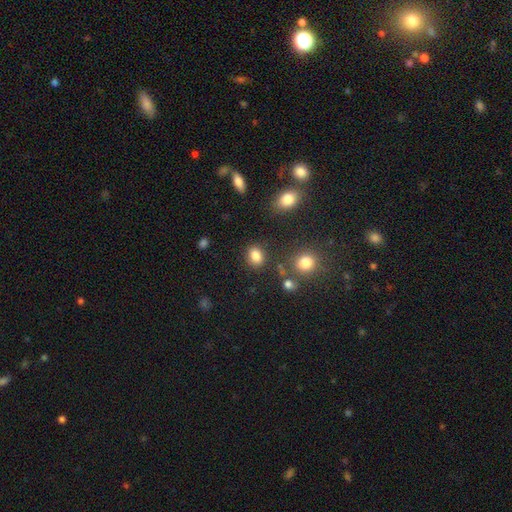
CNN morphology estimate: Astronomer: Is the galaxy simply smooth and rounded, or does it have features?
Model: smooth — 84%.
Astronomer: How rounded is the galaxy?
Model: in between — 62% (runner-up: round, 37%).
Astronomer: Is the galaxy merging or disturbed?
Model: none — 79%.